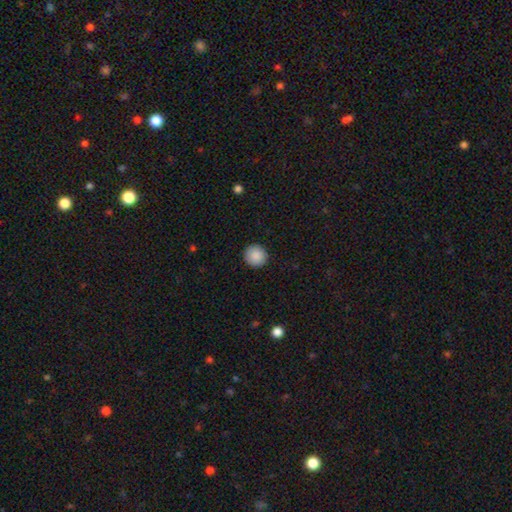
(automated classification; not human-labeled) This appears to be a smooth galaxy with no disk features (89%) that is round (93%). Merging: none (92%).